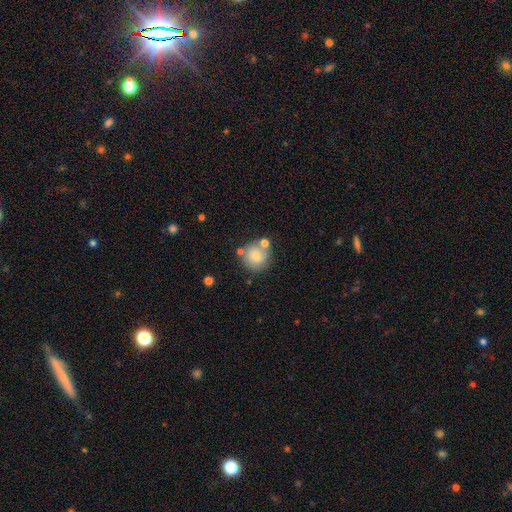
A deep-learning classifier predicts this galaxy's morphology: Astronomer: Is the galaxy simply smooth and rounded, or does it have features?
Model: smooth — 69%.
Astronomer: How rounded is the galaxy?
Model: round — 90%.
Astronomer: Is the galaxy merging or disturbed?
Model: none — 63%.